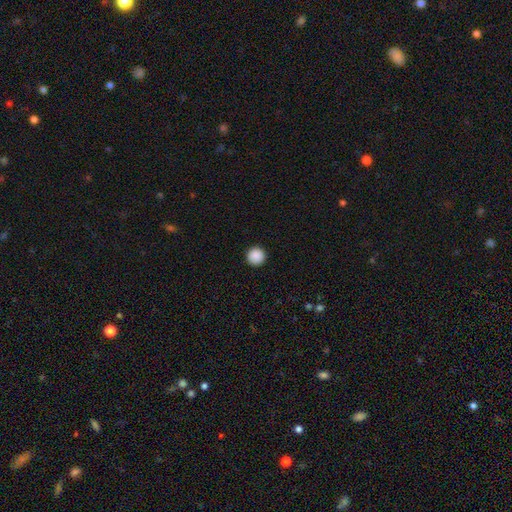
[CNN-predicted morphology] smooth-or-featured: smooth: 89% | star or artifact: 8% | featured or disk: 2%
  how-rounded: round: 96% | in between: 3% | cigar-shaped: 1%
  merging: none: 93% | minor disturbance: 4% | major disturbance: 2% | merger: 1%